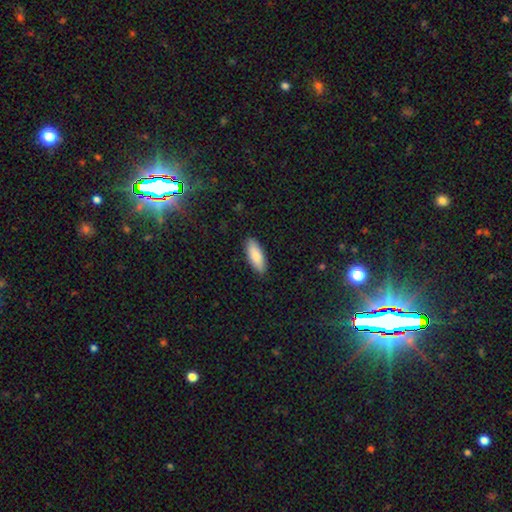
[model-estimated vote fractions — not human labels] The model was most divided on "how rounded": in between: 73%, cigar-shaped: 26%, round: 2%. More confident: merging — none (88%); smooth or featured — smooth (85%).